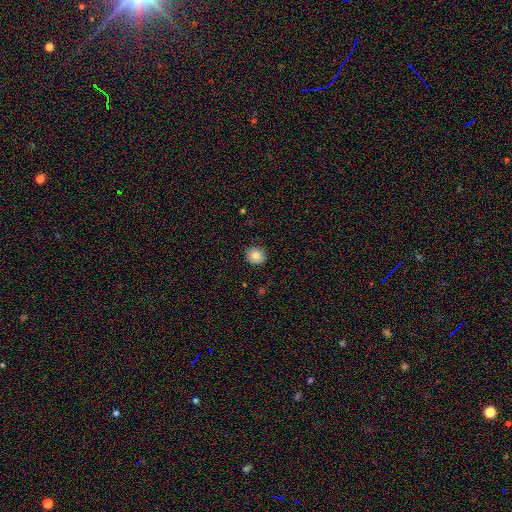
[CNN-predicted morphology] This is clearly a smooth galaxy (83%). How rounded: clearly round (85%). Merging: clearly none (87%).